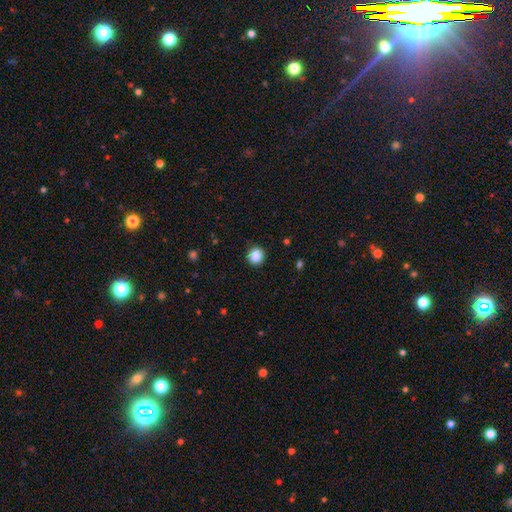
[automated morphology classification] Overall: smooth (87%). How rounded: round (91%). Merging: none (91%).